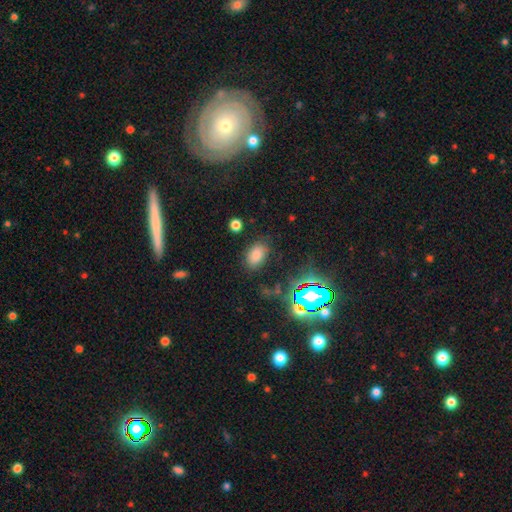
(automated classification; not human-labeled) Morphology: type=smooth (74%); roundness=in between (87%); merging=none (80%).